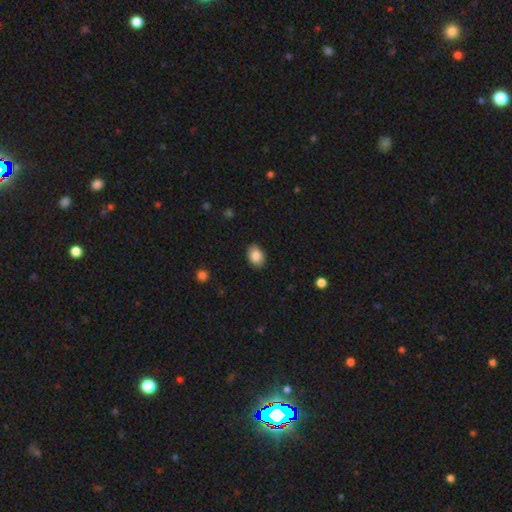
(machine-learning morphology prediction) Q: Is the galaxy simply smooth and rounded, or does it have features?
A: smooth — 85%.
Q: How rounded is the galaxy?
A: in between — 73%.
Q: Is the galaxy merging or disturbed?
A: none — 88%.